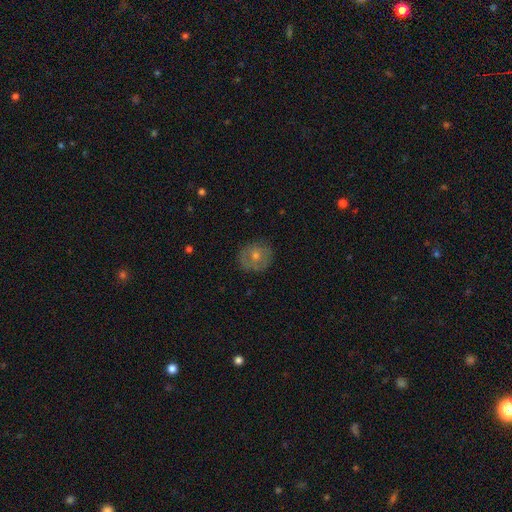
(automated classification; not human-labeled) Smooth or featured? Predicted: smooth (p=0.50). Merging? Predicted: none (p=0.82).